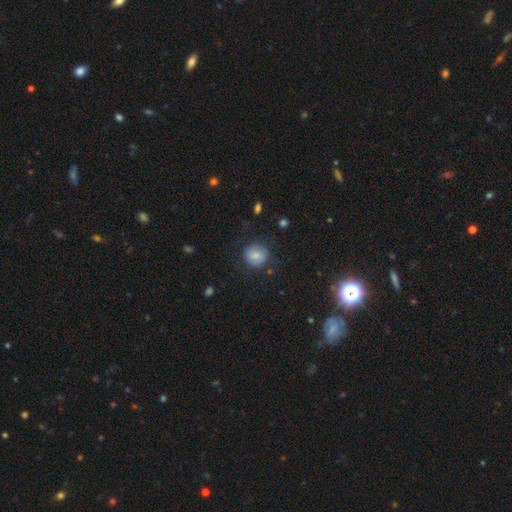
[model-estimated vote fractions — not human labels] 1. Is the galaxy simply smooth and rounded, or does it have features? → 77% smooth, 14% featured or disk, 9% star or artifact.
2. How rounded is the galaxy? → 79% round, 20% in between, 1% cigar-shaped.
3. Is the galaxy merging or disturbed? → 72% none, 18% minor disturbance, 9% major disturbance, 2% merger.